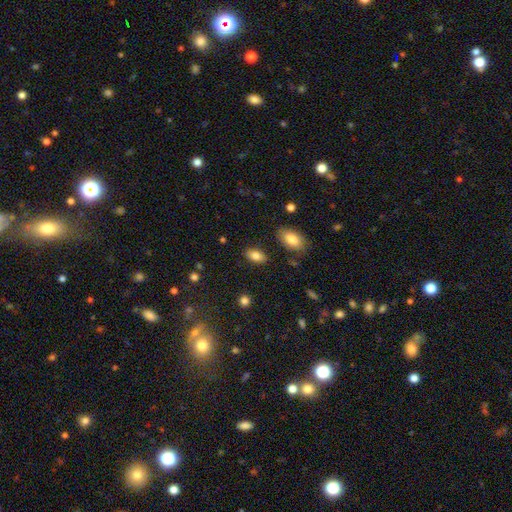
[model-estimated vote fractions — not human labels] Q: Smooth or featured?
A: smooth (84%); runner-up: star or artifact (8%)
Q: How rounded?
A: in between (91%); runner-up: round (6%)
Q: Merging?
A: none (85%); runner-up: minor disturbance (10%)